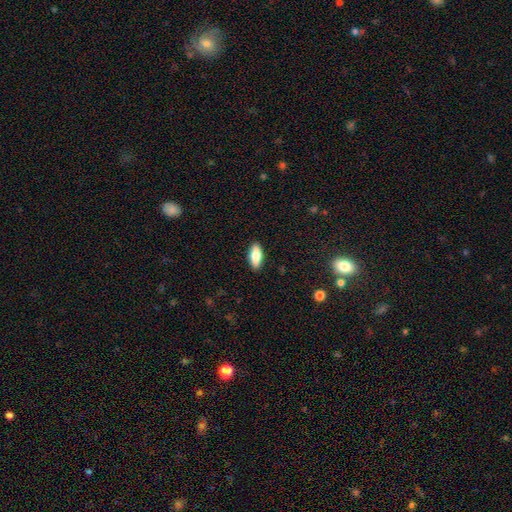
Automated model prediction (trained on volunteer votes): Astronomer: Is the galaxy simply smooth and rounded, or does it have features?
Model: smooth — 73%.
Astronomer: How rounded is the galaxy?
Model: in between — 74%.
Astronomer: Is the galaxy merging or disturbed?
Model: none — 89%.